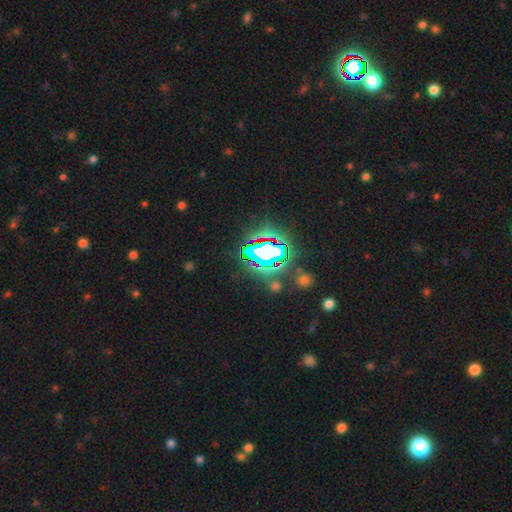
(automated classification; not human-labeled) A star or artifact, not a galaxy (72%).

Vote fractions:
- Smooth or featured? star or artifact: 72% / smooth: 15% / featured or disk: 13%